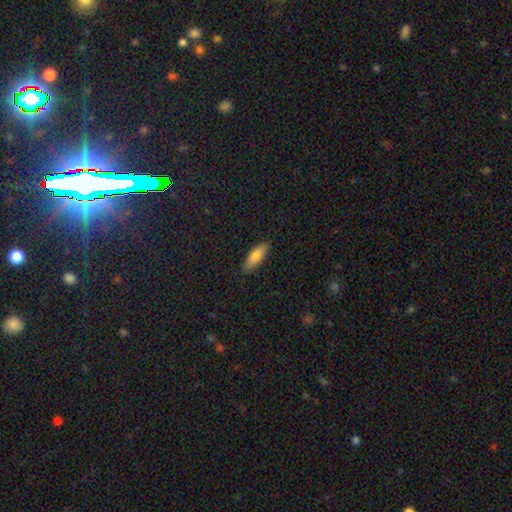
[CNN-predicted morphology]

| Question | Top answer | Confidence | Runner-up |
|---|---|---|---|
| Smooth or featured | smooth | 74% | featured or disk (20%) |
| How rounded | in between | 50% | cigar-shaped (48%) |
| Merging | none | 86% | minor disturbance (11%) |